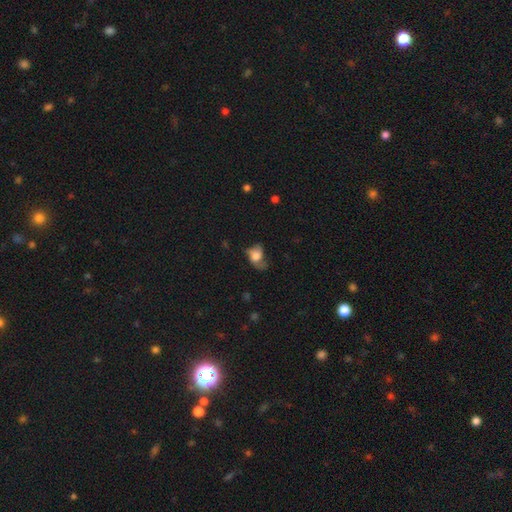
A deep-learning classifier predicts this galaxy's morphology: This is likely a smooth galaxy (62%). How rounded: likely in between (69%). Merging: marginally major disturbance (34%).